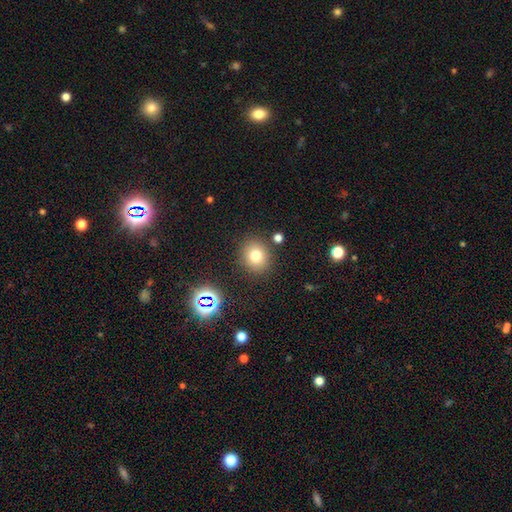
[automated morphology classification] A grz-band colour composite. It shows a smooth galaxy with no disk features (75%) that is round (77%). Merging: none (85%).